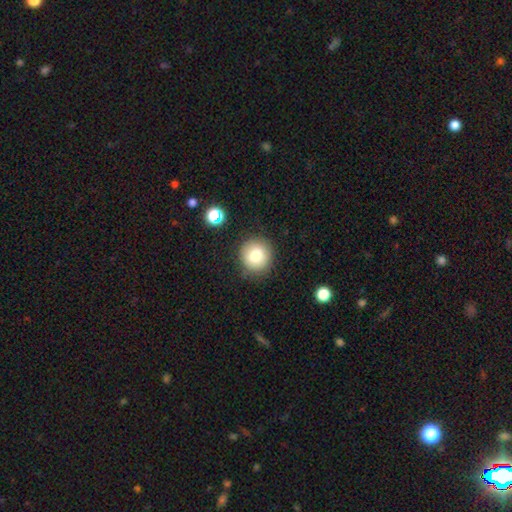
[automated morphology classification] type=smooth (82%); roundness=round (91%); merging=none (84%).